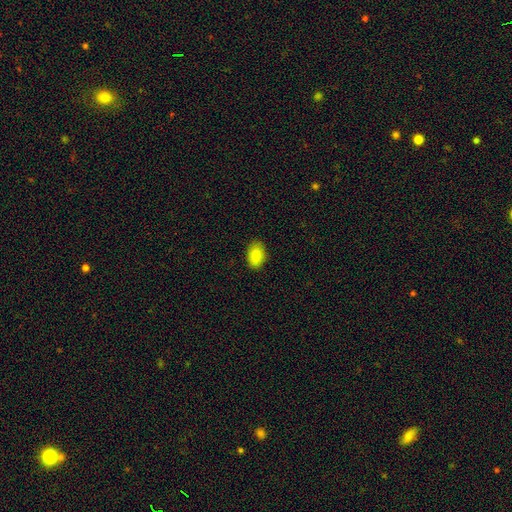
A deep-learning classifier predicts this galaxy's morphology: Q: Smooth or featured?
A: smooth (87%); runner-up: star or artifact (8%)
Q: How rounded?
A: in between (88%); runner-up: round (11%)
Q: Merging?
A: none (88%); runner-up: minor disturbance (9%)